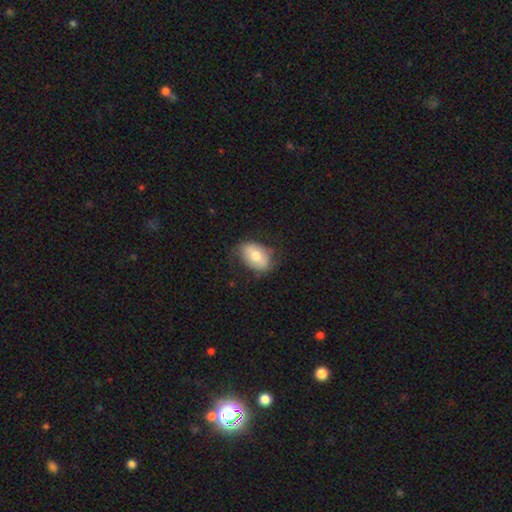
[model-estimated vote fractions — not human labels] Smooth or featured? smooth (66%)
How rounded? in between (82%)
Merging? none (68%)